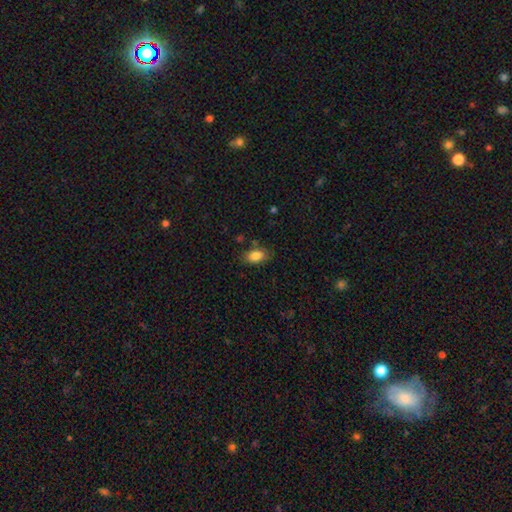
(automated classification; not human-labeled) A smooth galaxy with no disk features (85%) that is in between round and cigar-shaped (90%).

Vote fractions:
- Smooth or featured? smooth: 85% / star or artifact: 8% / featured or disk: 7%
- How rounded? in between: 90% / round: 7% / cigar-shaped: 3%
- Merging? none: 79% / minor disturbance: 15% / major disturbance: 4% / merger: 3%